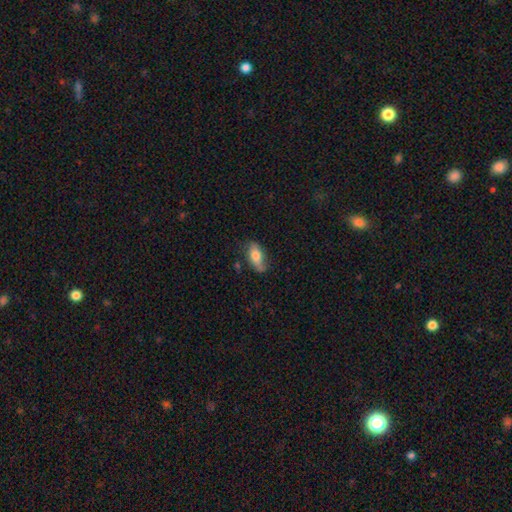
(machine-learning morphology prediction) smooth-or-featured: smooth: 72% | featured or disk: 22% | star or artifact: 7%
  how-rounded: in between: 85% | cigar-shaped: 12% | round: 4%
  merging: none: 68% | minor disturbance: 24% | major disturbance: 6% | merger: 3%